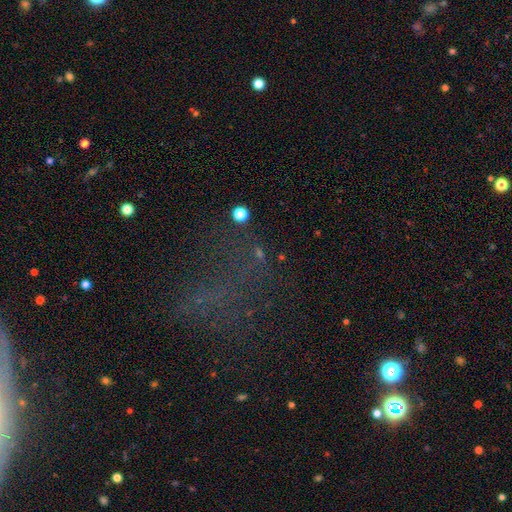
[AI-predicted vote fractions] smooth_or_featured: star or artifact (p=0.50) [alt: smooth p=0.27]